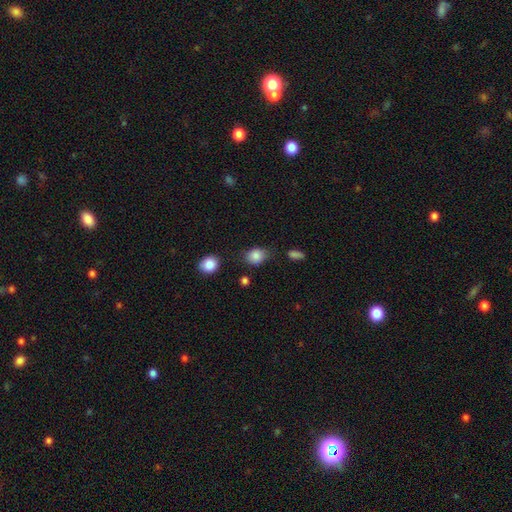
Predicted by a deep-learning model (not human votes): A smooth galaxy with no disk features (84%) that is in between round and cigar-shaped (51%). Merging: none (70%).